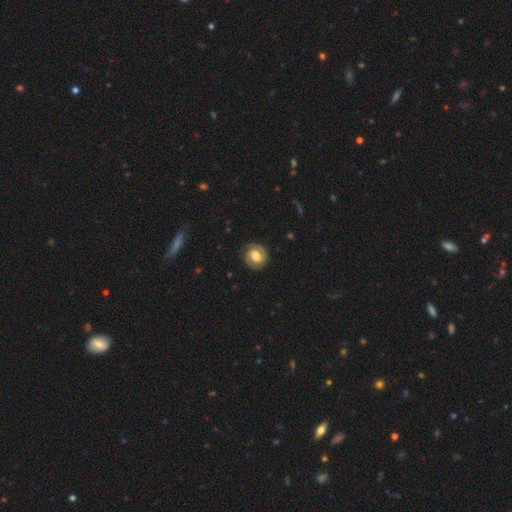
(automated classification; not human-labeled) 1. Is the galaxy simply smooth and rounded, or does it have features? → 68% featured or disk, 25% smooth, 7% star or artifact.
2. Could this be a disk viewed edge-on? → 98% no, 2% yes.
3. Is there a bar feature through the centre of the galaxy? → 45% weak, 40% no, 15% strong.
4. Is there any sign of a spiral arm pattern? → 91% yes, 9% no.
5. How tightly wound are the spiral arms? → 52% tight, 38% medium, 10% loose.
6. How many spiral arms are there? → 86% 2, 7% can't tell, 3% 1, 2% 3, 1% 4, 1% more than 4.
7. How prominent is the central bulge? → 41% moderate, 40% large, 10% small, 5% none, 4% dominant.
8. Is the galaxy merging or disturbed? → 83% none, 11% minor disturbance, 4% major disturbance, 1% merger.